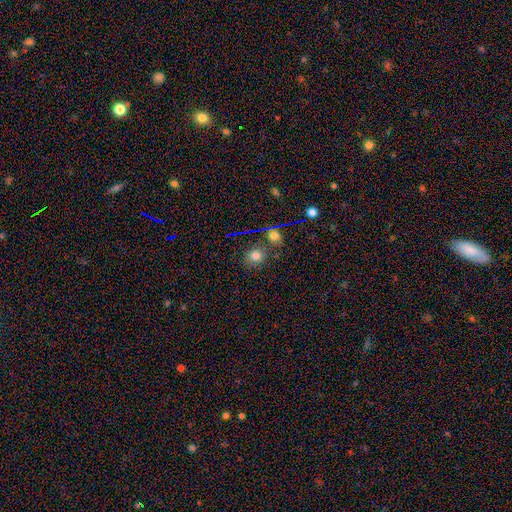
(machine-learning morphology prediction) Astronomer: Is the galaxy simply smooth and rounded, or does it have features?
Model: smooth — 73%.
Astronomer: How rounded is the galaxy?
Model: round — 76%.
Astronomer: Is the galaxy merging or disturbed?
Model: none — 73%.